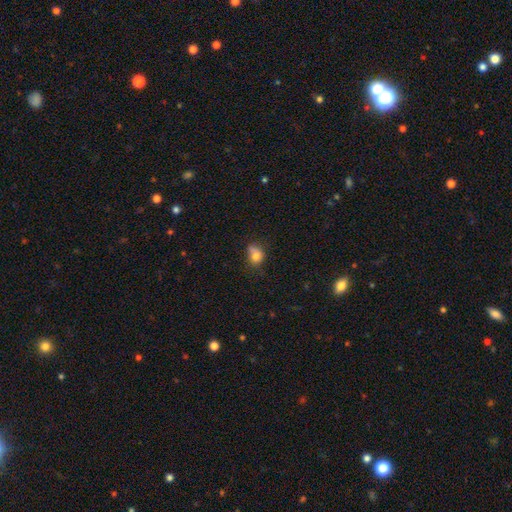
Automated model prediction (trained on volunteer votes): A smooth galaxy with no disk features (76%) that is round (51%).

Vote fractions:
- Smooth or featured? smooth: 76% / featured or disk: 12% / star or artifact: 11%
- How rounded? round: 51% / in between: 48% / cigar-shaped: 1%
- Merging? none: 40% / minor disturbance: 29% / merger: 18% / major disturbance: 13%